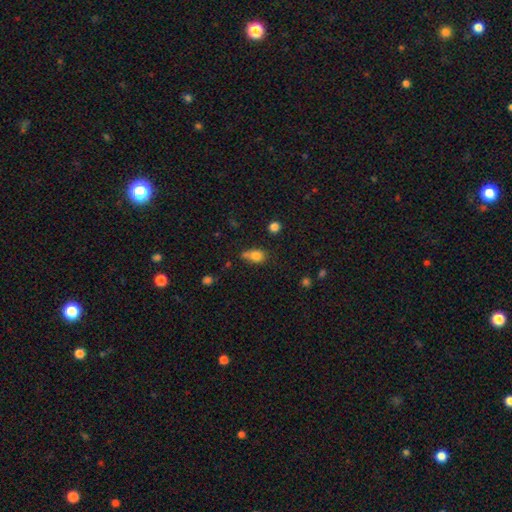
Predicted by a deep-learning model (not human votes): This is likely a smooth galaxy (79%). How rounded: likely in between (64%). Merging: marginally none (44%).